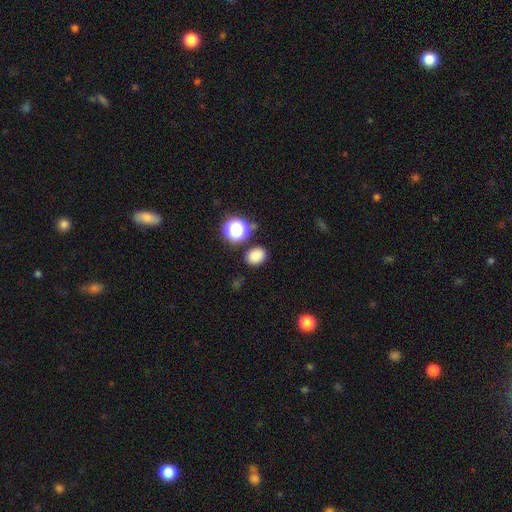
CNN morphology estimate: This appears to be a smooth galaxy with no disk features (81%) that is in between round and cigar-shaped (53%). Merging: none (82%).